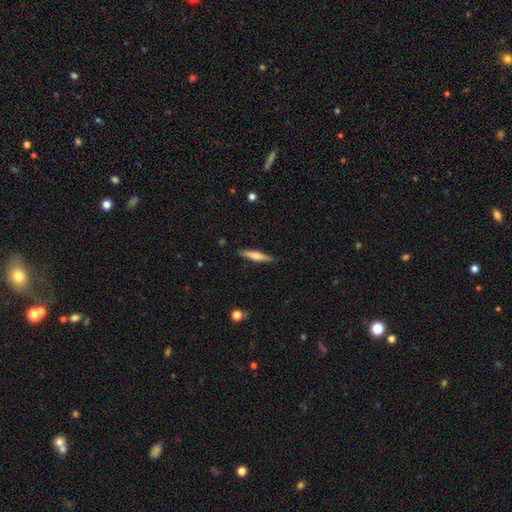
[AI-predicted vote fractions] Smooth or featured: smooth — 52% (featured or disk — 42%)
How rounded: cigar-shaped — 89% (in between — 10%)
Merging: none — 89% (minor disturbance — 8%)